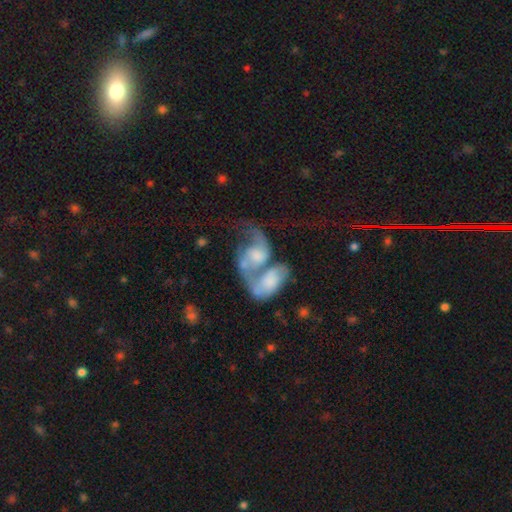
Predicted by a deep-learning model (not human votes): featured or disk 75%, smooth 18%, star or artifact 7%. Down the decision tree: edge-on disk — no (97%); bar — no (55%); spiral arms — yes (88%); spiral arm count — 2 (83%); spiral winding — loose (61%); bulge size — moderate (31%); merging — merger (65%).